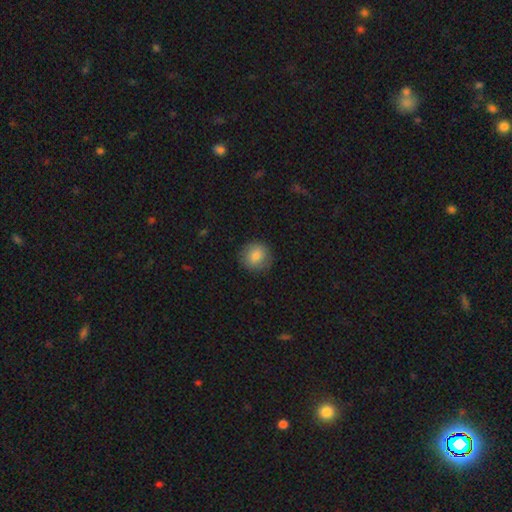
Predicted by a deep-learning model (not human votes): This is clearly a smooth galaxy (84%). How rounded: clearly round (90%). Merging: clearly none (86%).